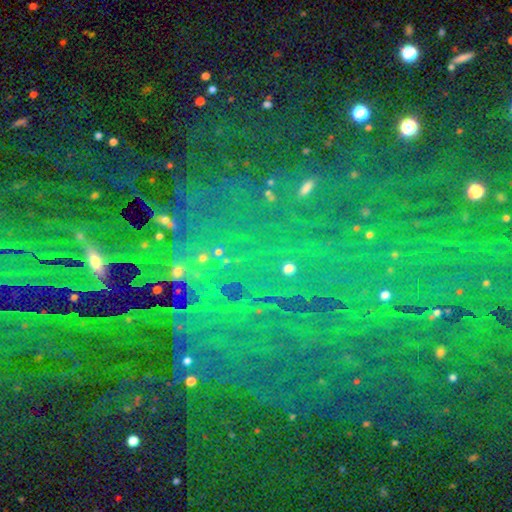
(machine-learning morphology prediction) This is likely a star or artifact rather than a galaxy (79%).